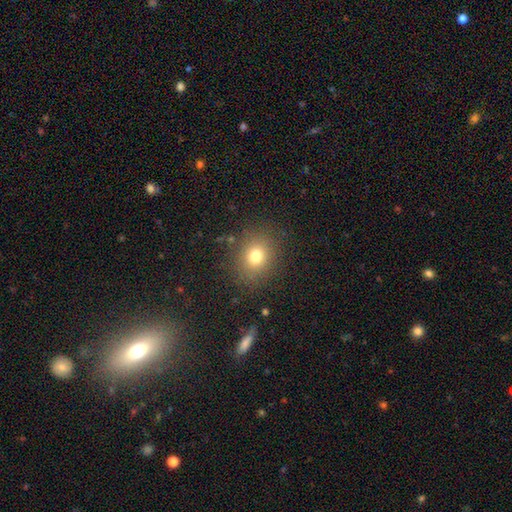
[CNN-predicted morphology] smooth_or_featured: smooth (p=0.76) [alt: star or artifact p=0.14]
how_rounded: round (p=0.70) [alt: in between p=0.29]
merging: none (p=0.86) [alt: minor disturbance p=0.09]